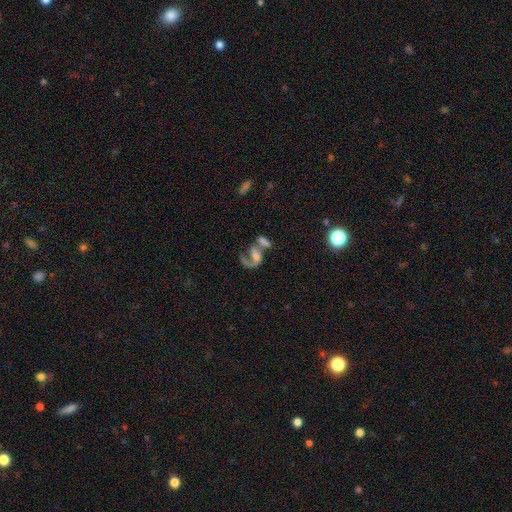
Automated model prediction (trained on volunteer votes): Smooth or featured?
  - featured or disk: 65% *
  - smooth: 23%
  - star or artifact: 12%
Edge-on disk?
  - no: 96% *
  - yes: 4%
Bar?
  - no: 54% *
  - weak: 30%
  - strong: 16%
Spiral arms?
  - yes: 80% *
  - no: 20%
Spiral winding?
  - loose: 55% *
  - medium: 32%
  - tight: 13%
Spiral arm count?
  - 1: 60% *
  - 2: 32%
  - can't tell: 5%
  - 3: 1%
  - 4: 1%
  - more than 4: 1%
Bulge size?
  - none: 32% *
  - moderate: 28%
  - small: 25%
  - large: 12%
  - dominant: 3%
Merging?
  - merger: 48% *
  - none: 23%
  - major disturbance: 21%
  - minor disturbance: 9%